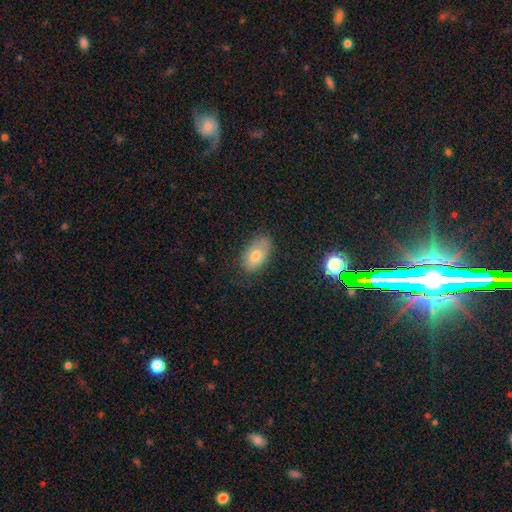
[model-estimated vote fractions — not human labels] Smooth or featured?
  - smooth: 73% *
  - featured or disk: 18%
  - star or artifact: 9%
How rounded?
  - in between: 91% *
  - round: 7%
  - cigar-shaped: 2%
Merging?
  - none: 72% *
  - minor disturbance: 21%
  - major disturbance: 5%
  - merger: 1%